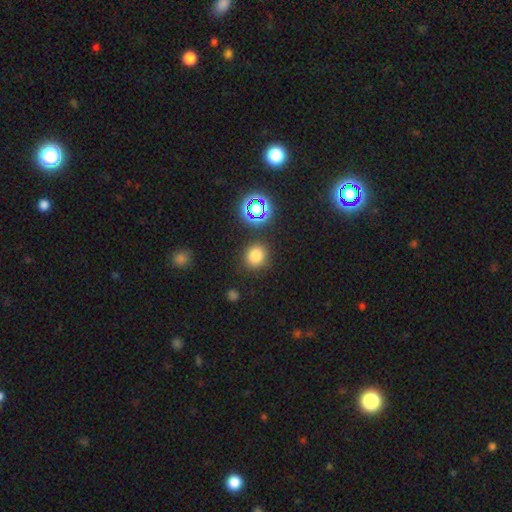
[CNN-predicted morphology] Smooth or featured?
  - smooth: 75% *
  - star or artifact: 19%
  - featured or disk: 6%
How rounded?
  - round: 83% *
  - in between: 16%
  - cigar-shaped: 1%
Merging?
  - none: 85% *
  - minor disturbance: 9%
  - merger: 3%
  - major disturbance: 3%